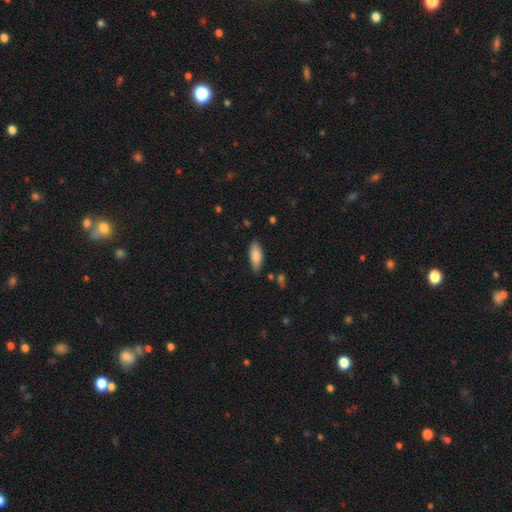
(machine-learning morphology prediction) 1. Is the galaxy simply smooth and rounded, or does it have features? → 83% smooth, 11% featured or disk, 6% star or artifact.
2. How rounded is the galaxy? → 75% in between, 24% cigar-shaped, 2% round.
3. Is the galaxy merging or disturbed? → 81% none, 14% minor disturbance, 3% major disturbance, 2% merger.